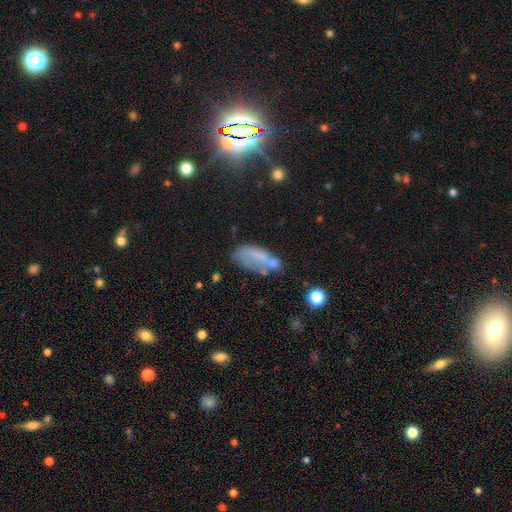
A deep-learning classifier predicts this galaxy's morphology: Smooth or featured: smooth — 57% (featured or disk — 31%)
How rounded: in between — 74% (cigar-shaped — 23%)
Merging: none — 35% (minor disturbance — 27%)